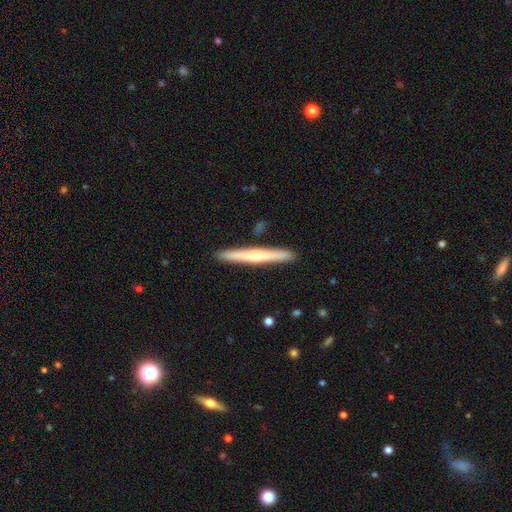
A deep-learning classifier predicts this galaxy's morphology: A featured or disk galaxy (49%). Merging: none (91%).